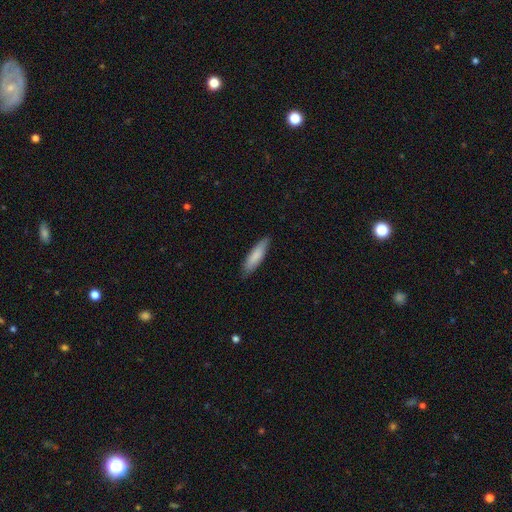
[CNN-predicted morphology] Smooth or featured: smooth — 82% (featured or disk — 13%)
How rounded: cigar-shaped — 66% (in between — 32%)
Merging: none — 83% (minor disturbance — 14%)